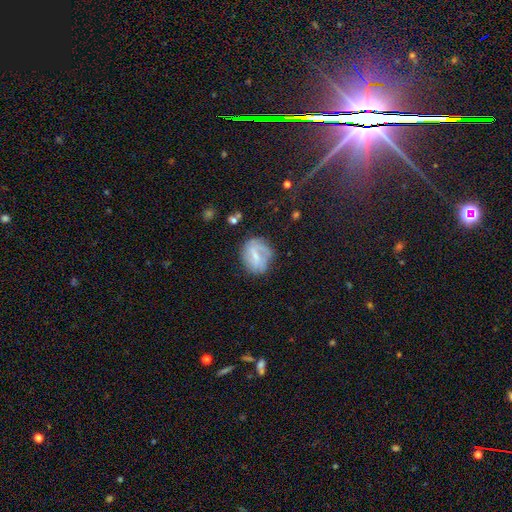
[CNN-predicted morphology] This appears to be a featured or disk galaxy (49%). Merging: none (60%).